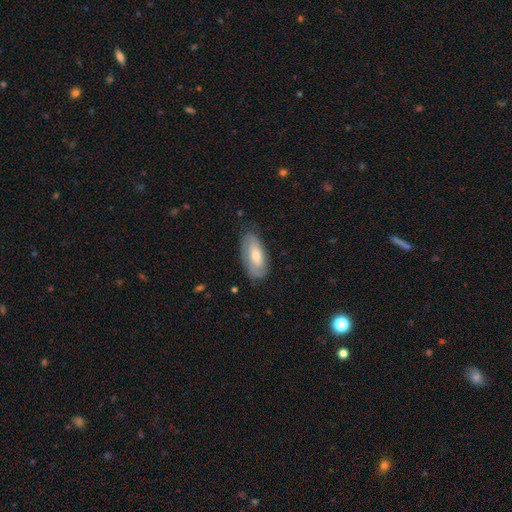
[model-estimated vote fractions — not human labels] smooth_or_featured: smooth (p=0.53) [alt: featured or disk p=0.41]
how_rounded: in between (p=0.86) [alt: cigar-shaped p=0.12]
merging: none (p=0.72) [alt: minor disturbance p=0.21]